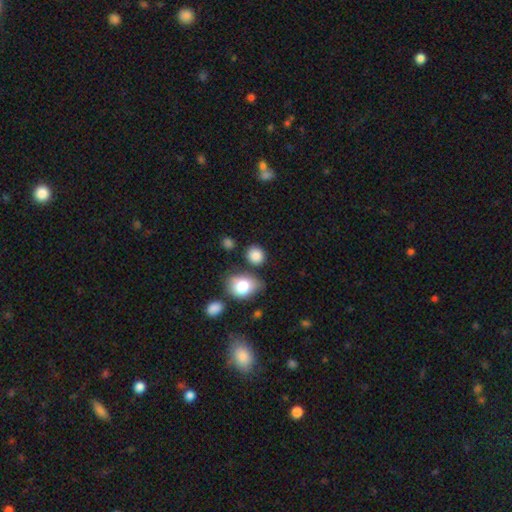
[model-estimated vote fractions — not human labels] Q: Smooth or featured?
A: smooth (84%); runner-up: star or artifact (10%)
Q: How rounded?
A: round (64%); runner-up: in between (34%)
Q: Merging?
A: none (72%); runner-up: minor disturbance (15%)